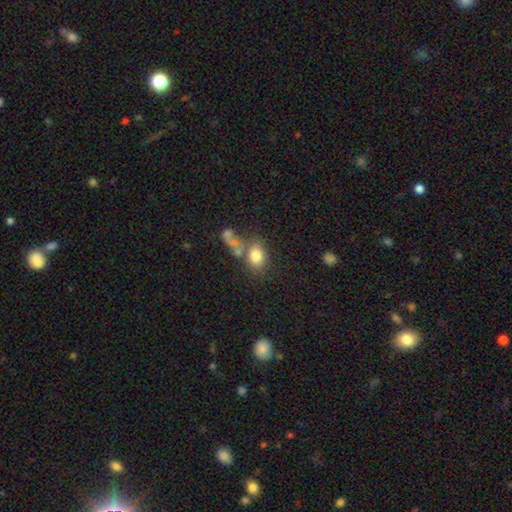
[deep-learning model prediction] A smooth galaxy with no disk features (78%) that is in between round and cigar-shaped (72%).

Vote fractions:
- Smooth or featured? smooth: 78% / featured or disk: 12% / star or artifact: 10%
- How rounded? in between: 72% / round: 26% / cigar-shaped: 2%
- Merging? none: 49% / merger: 27% / minor disturbance: 14% / major disturbance: 10%